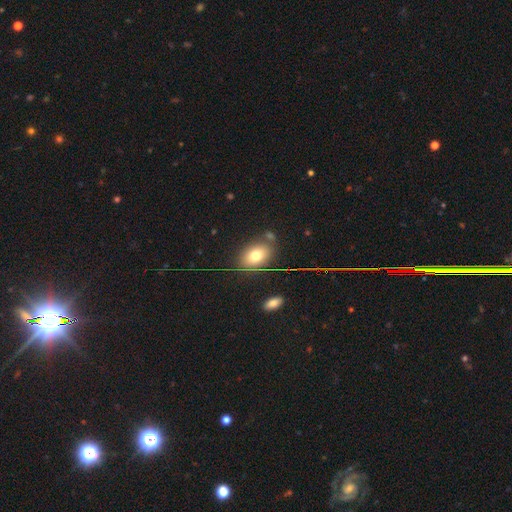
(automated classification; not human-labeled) Smooth or featured? Predicted: smooth (p=0.73). How rounded? Predicted: in between (p=0.80). Merging? Predicted: none (p=0.74).